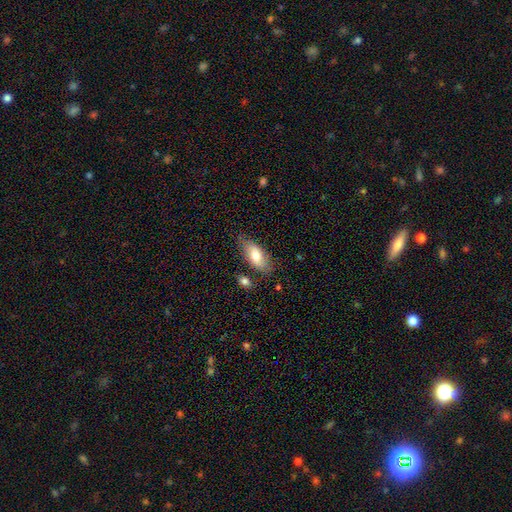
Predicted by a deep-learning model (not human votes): Smooth or featured: smooth — 70% (featured or disk — 23%)
How rounded: in between — 87% (cigar-shaped — 10%)
Merging: none — 74% (minor disturbance — 18%)